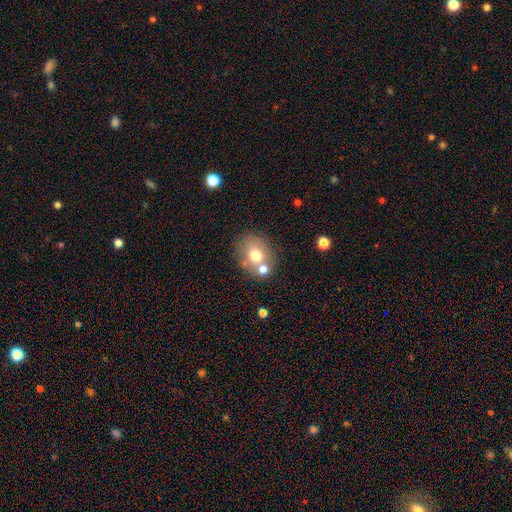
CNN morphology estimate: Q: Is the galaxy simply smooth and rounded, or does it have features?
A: smooth — 69%.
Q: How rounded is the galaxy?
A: round — 53%.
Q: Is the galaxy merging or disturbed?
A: none — 60%.